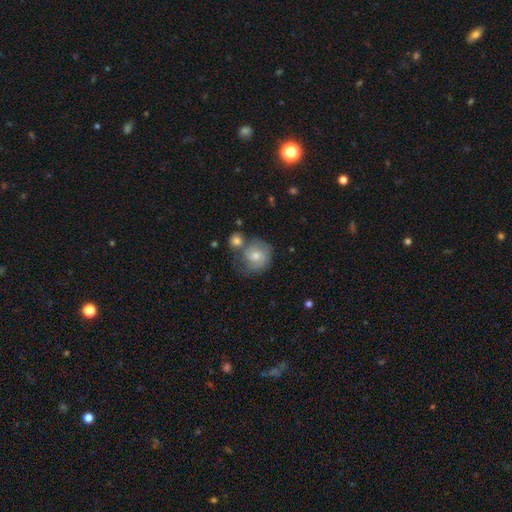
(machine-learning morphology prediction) A smooth galaxy with no disk features (51%) that is round (84%). Merging: none (50%).